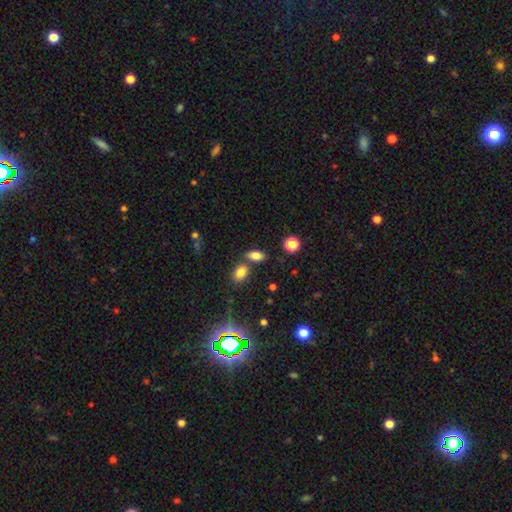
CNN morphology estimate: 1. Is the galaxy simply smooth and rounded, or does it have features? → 81% smooth, 10% star or artifact, 9% featured or disk.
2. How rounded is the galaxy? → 87% in between, 8% round, 5% cigar-shaped.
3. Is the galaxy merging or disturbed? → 66% none, 19% merger, 11% minor disturbance, 3% major disturbance.